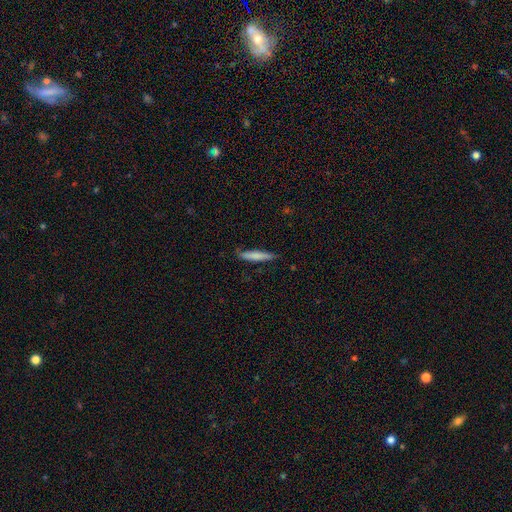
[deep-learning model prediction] This is likely a smooth galaxy (74%). How rounded: clearly cigar-shaped (92%). Merging: clearly none (81%).